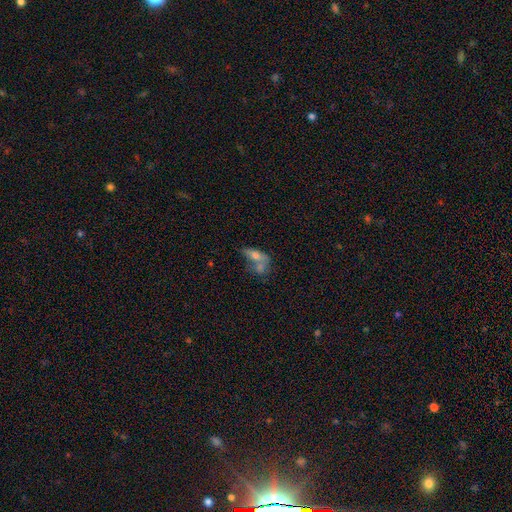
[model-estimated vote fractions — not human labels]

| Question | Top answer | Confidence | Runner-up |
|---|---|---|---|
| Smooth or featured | smooth | 57% | featured or disk (33%) |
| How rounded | in between | 76% | cigar-shaped (13%) |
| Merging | merger | 49% | none (22%) |